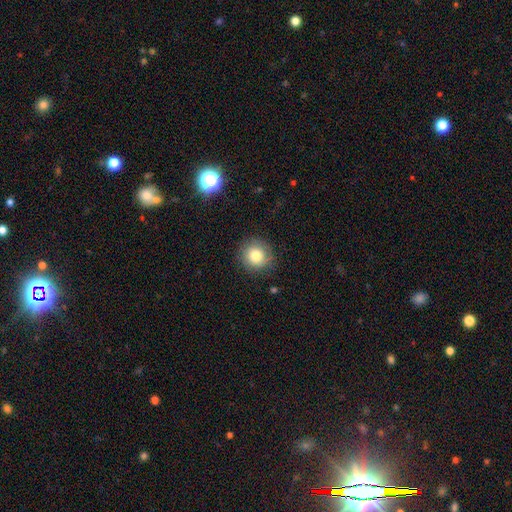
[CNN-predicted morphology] A smooth galaxy with no disk features (76%) that is round (91%). Merging: none (83%).